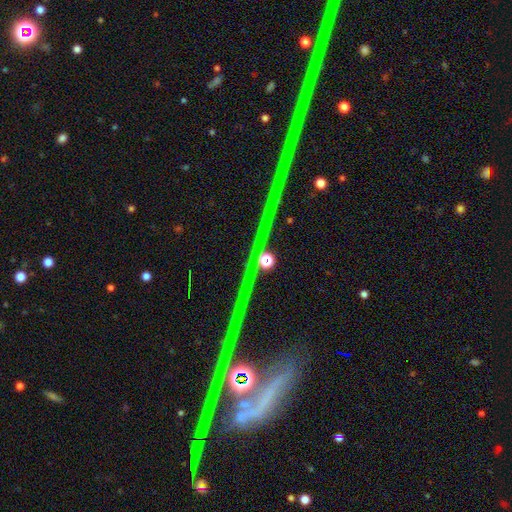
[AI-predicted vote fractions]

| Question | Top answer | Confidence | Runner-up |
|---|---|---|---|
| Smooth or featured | star or artifact | 57% | featured or disk (33%) |